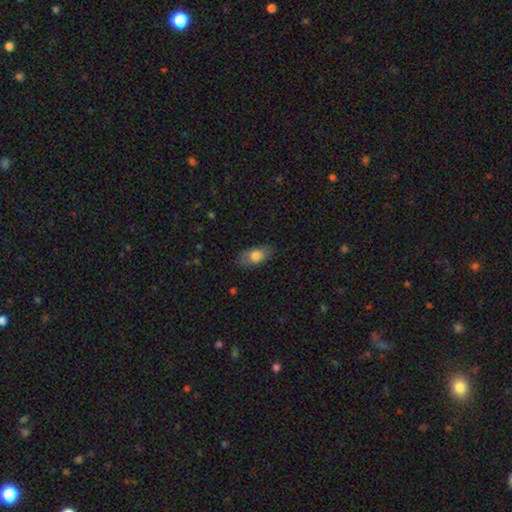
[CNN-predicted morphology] This appears to be a smooth galaxy with no disk features (78%) that is in between round and cigar-shaped (87%). Merging: none (79%).